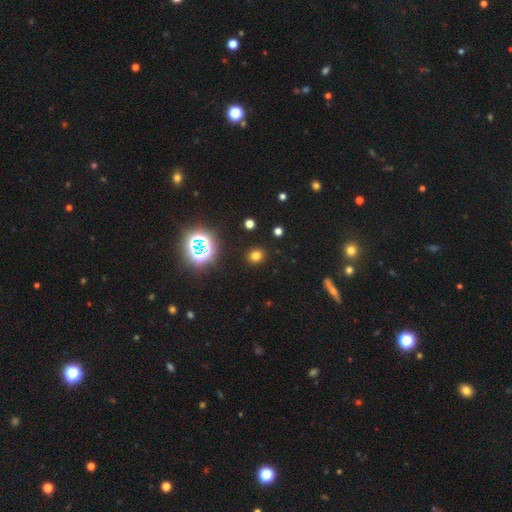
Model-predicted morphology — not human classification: type=smooth (70%); roundness=round (78%); merging=none (89%).